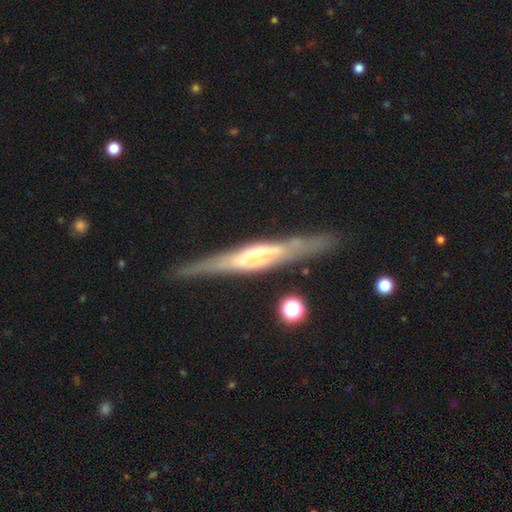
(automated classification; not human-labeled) Smooth or featured? featured or disk (80%)
Edge-on disk? yes (93%)
Edge-on bulge? rounded (49%)
Merging? none (82%)